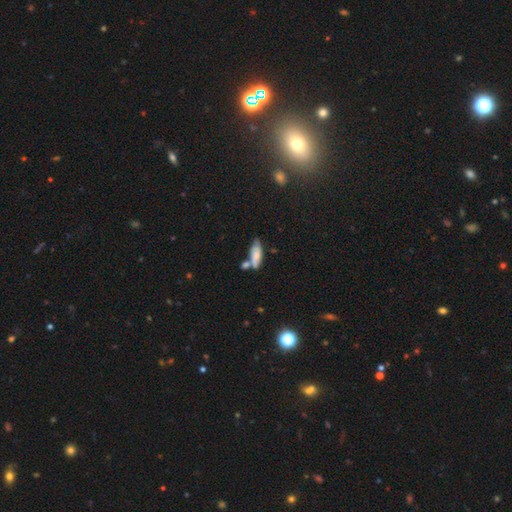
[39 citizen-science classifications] Smooth or featured? 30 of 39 (77%) said smooth. How rounded? 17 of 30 (57%) said cigar-shaped. Merging? 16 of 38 (42%) said none.